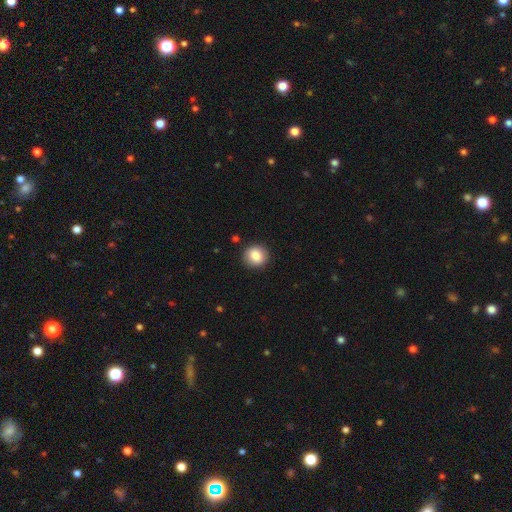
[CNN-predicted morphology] smooth_or_featured: smooth (p=0.86) [alt: star or artifact p=0.08]
how_rounded: round (p=0.88) [alt: in between p=0.11]
merging: none (p=0.89) [alt: minor disturbance p=0.08]